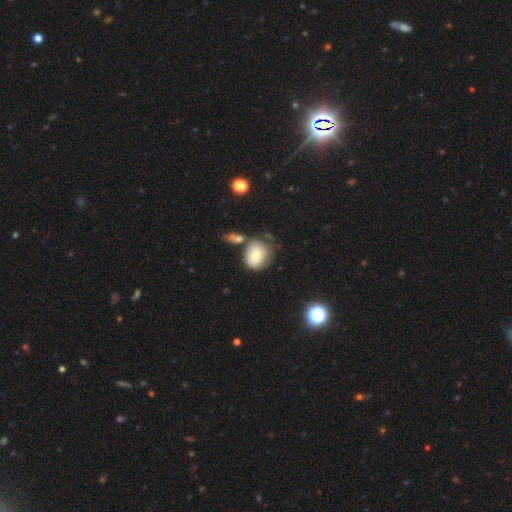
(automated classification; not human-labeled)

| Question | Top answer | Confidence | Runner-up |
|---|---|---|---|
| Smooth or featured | smooth | 72% | featured or disk (19%) |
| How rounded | round | 64% | in between (35%) |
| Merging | none | 50% | minor disturbance (22%) |